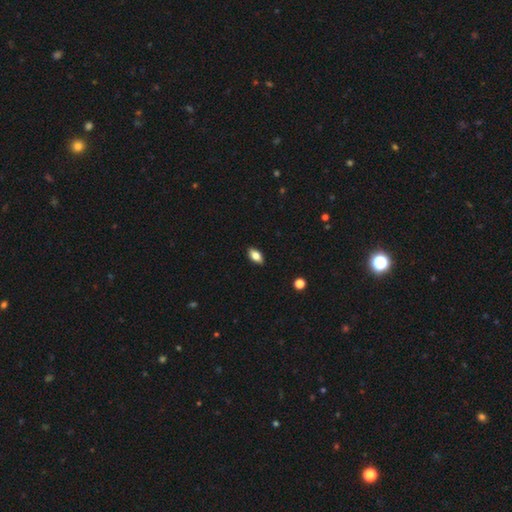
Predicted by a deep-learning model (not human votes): Smooth or featured? smooth (75%)
How rounded? in between (88%)
Merging? none (89%)